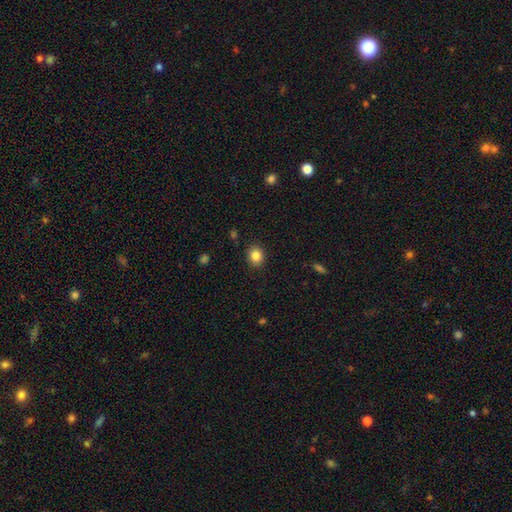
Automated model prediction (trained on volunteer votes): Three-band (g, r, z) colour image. It shows a smooth galaxy with no disk features (85%) that is round (68%). Merging: none (89%).